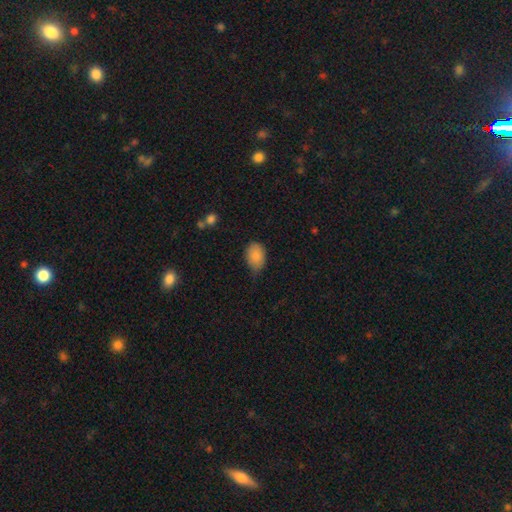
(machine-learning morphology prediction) The model was most divided on "merging": none: 59%, minor disturbance: 34%, major disturbance: 6%, merger: 2%. More confident: smooth or featured — smooth (85%); how rounded — in between (82%).